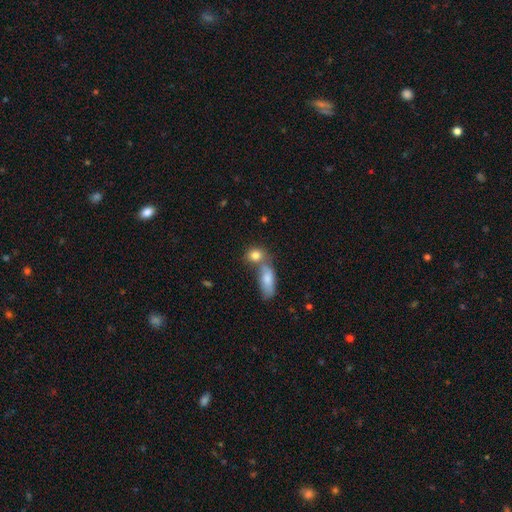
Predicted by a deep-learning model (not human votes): The model was most divided on "merging" (2-way tie): merger: 43%, none: 43%, minor disturbance: 10%, major disturbance: 4%. Remaining: smooth or featured — smooth (81%); how rounded — round (48%).